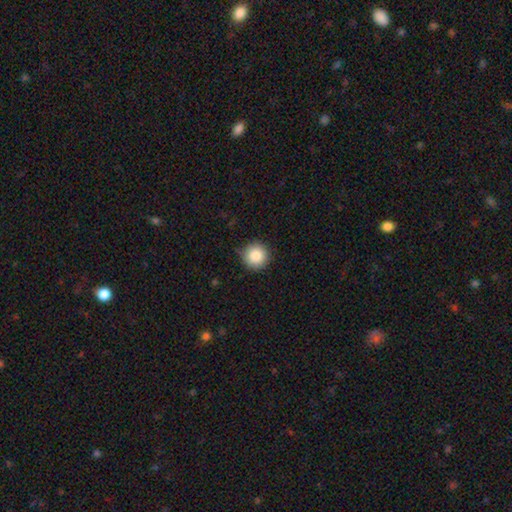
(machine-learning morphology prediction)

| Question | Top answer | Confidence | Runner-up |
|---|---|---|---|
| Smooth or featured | smooth | 86% | star or artifact (9%) |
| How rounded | round | 96% | in between (3%) |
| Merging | none | 83% | minor disturbance (13%) |